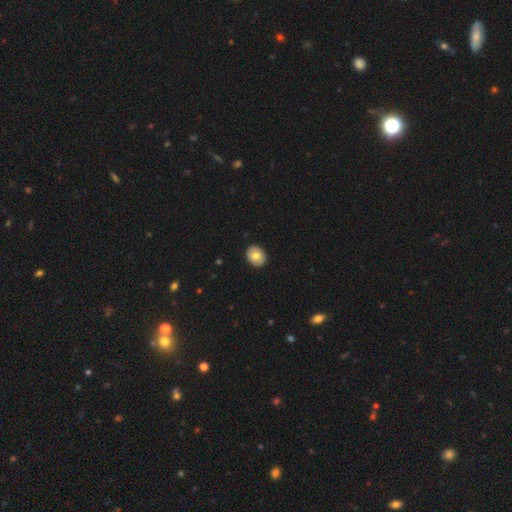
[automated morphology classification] smooth-or-featured: smooth: 68% | featured or disk: 26% | star or artifact: 7%
  how-rounded: round: 59% | in between: 40% | cigar-shaped: 1%
  merging: none: 90% | minor disturbance: 8% | major disturbance: 2% | merger: 1%